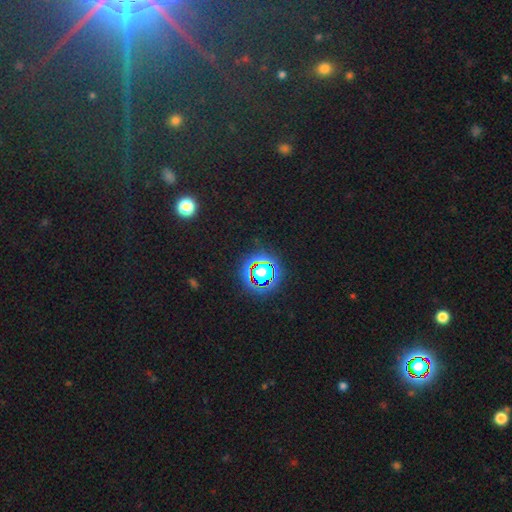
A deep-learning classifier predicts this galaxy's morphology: star or artifact 76%, smooth 14%, featured or disk 10%.